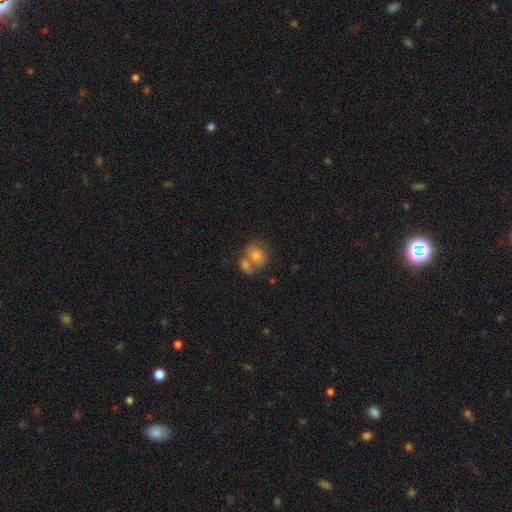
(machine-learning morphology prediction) smooth 74%, featured or disk 16%, star or artifact 10%. Down the decision tree: how rounded — round (56%); merging — merger (51%).